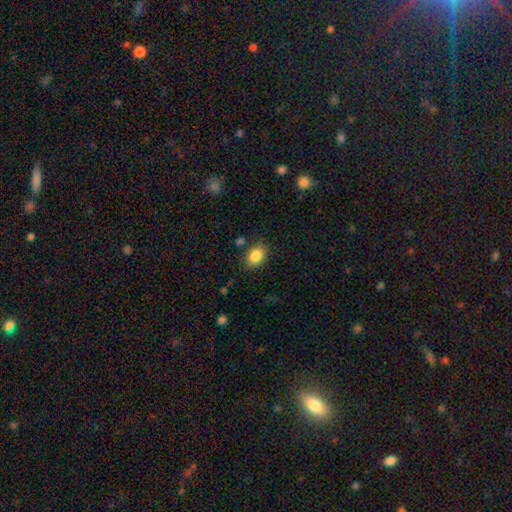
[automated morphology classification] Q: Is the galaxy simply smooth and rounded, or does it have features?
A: smooth — 86%.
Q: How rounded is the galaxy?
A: in between — 72%.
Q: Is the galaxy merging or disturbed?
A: none — 81%.